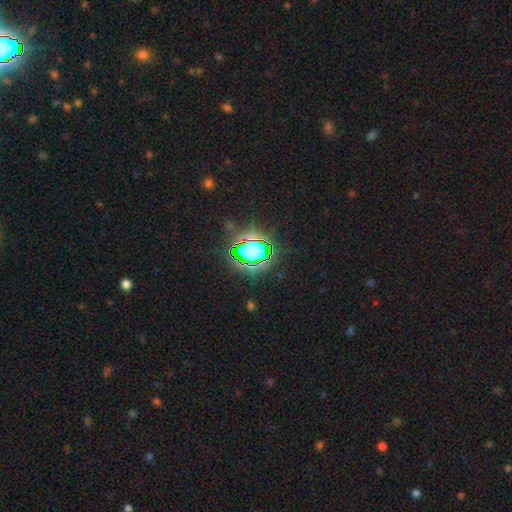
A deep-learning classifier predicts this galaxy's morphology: Smooth or featured?
  - star or artifact: 68% *
  - smooth: 20%
  - featured or disk: 12%